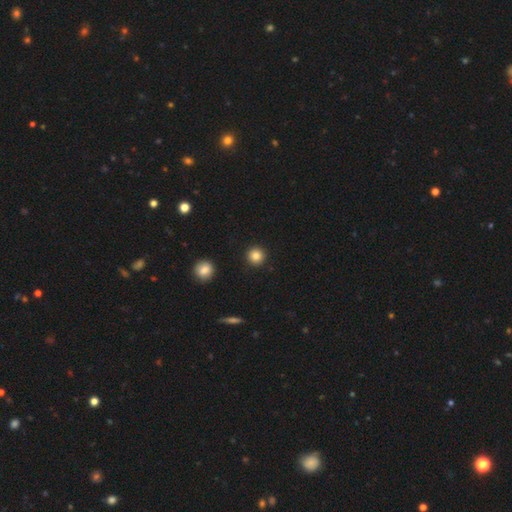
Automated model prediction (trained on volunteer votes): Morphology: type=smooth (85%); roundness=round (95%); merging=none (93%).